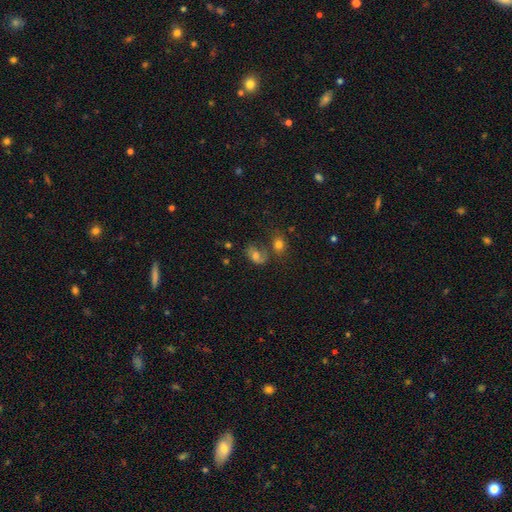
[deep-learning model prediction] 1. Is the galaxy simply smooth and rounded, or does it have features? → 54% smooth, 31% featured or disk, 15% star or artifact.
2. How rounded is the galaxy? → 74% in between, 24% round, 2% cigar-shaped.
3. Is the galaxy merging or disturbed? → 42% none, 24% merger, 20% minor disturbance, 14% major disturbance.